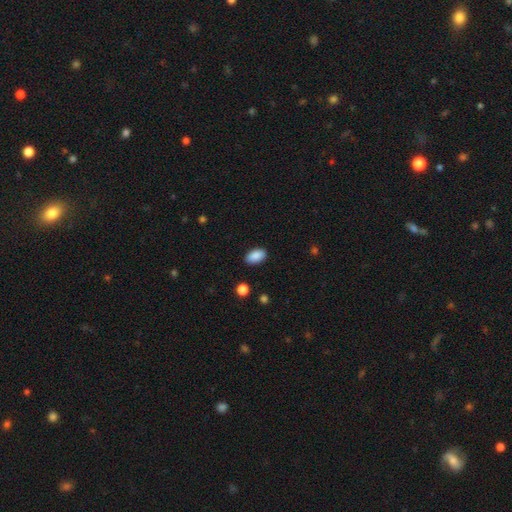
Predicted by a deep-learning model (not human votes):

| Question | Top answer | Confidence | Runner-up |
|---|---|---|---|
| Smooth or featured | smooth | 89% | star or artifact (7%) |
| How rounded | in between | 94% | round (5%) |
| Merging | none | 88% | minor disturbance (9%) |